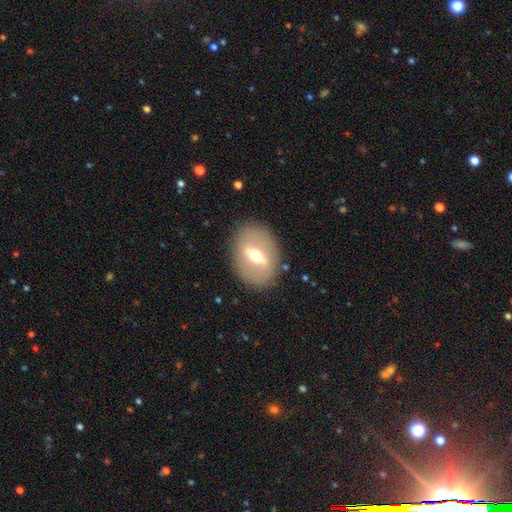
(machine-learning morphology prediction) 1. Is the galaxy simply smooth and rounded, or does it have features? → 58% featured or disk, 35% smooth, 7% star or artifact.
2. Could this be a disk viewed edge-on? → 77% no, 23% yes.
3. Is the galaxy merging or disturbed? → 83% none, 10% minor disturbance, 5% major disturbance, 1% merger.